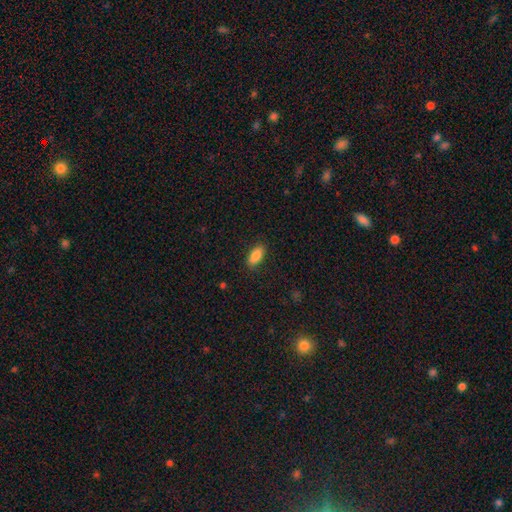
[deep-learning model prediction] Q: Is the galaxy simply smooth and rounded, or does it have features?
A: smooth — 86%.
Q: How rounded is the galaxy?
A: in between — 87%.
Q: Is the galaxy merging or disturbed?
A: none — 88%.